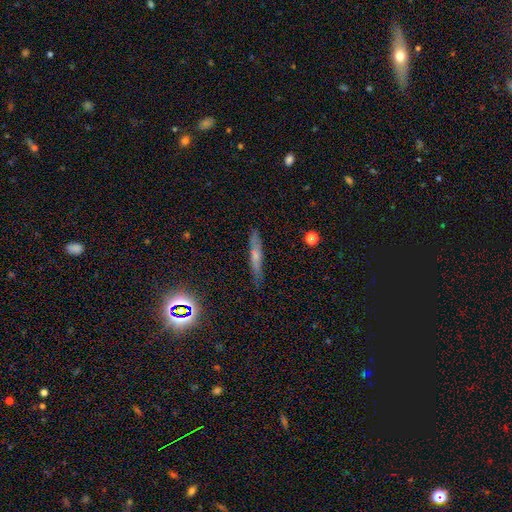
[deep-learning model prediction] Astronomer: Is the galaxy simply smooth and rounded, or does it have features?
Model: smooth — 49% (runner-up: featured or disk, 37%).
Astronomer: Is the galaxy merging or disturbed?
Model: none — 82%.